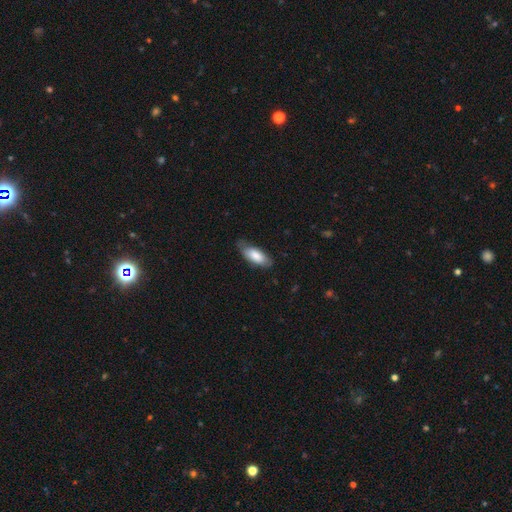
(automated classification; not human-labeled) smooth_or_featured: smooth (p=0.76) [alt: featured or disk p=0.18]
how_rounded: in between (p=0.80) [alt: cigar-shaped p=0.18]
merging: none (p=0.67) [alt: minor disturbance p=0.26]